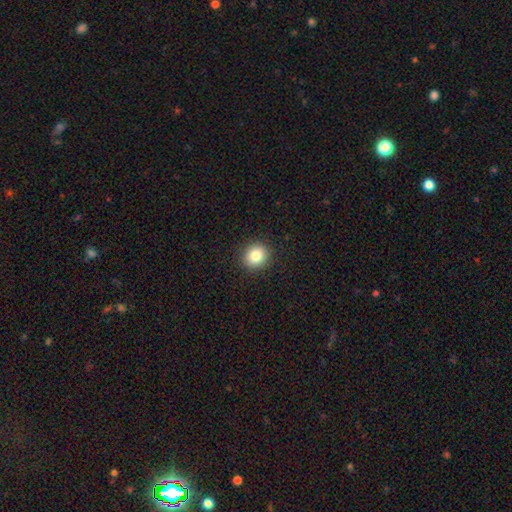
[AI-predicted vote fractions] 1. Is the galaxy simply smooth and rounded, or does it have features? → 83% smooth, 10% star or artifact, 7% featured or disk.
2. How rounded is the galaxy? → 83% round, 16% in between, 1% cigar-shaped.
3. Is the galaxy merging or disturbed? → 92% none, 6% minor disturbance, 2% major disturbance, 1% merger.